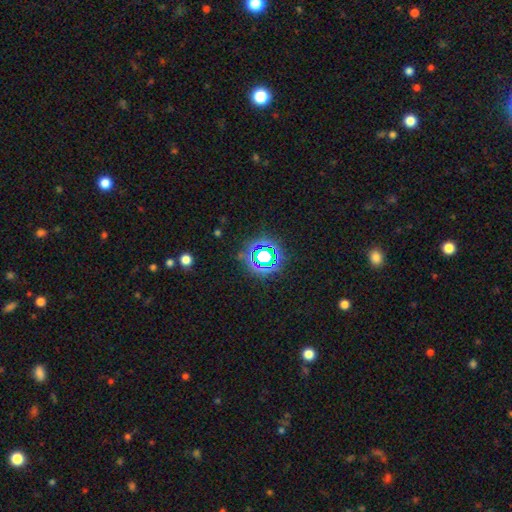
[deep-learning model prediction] This is likely a star or artifact rather than a galaxy (69%).